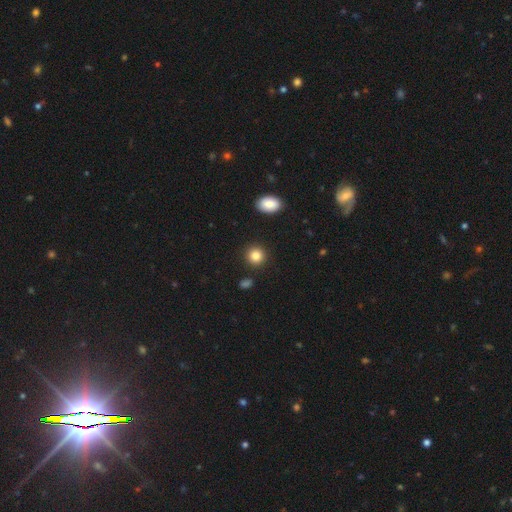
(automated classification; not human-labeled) Smooth or featured? Predicted: smooth (p=0.86). How rounded? Predicted: round (p=0.89). Merging? Predicted: none (p=0.90).